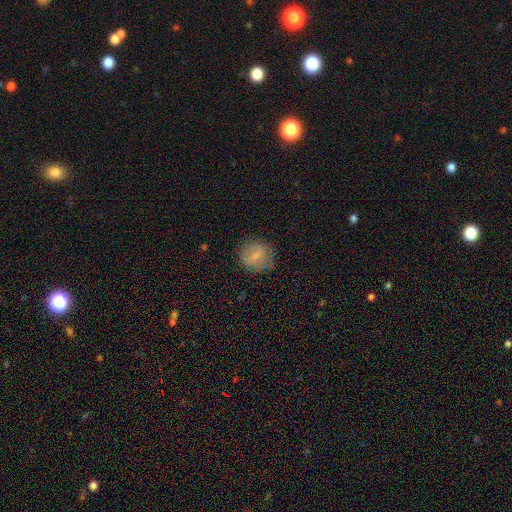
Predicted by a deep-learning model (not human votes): smooth_or_featured: smooth (p=0.71) [alt: featured or disk p=0.19]
how_rounded: round (p=0.80) [alt: in between p=0.18]
merging: none (p=0.78) [alt: minor disturbance p=0.15]